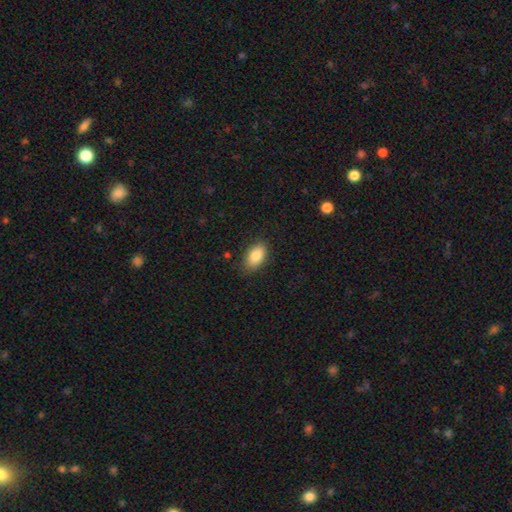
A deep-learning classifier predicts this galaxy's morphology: Smooth or featured?
  - smooth: 84% *
  - featured or disk: 9%
  - star or artifact: 7%
How rounded?
  - in between: 92% *
  - round: 6%
  - cigar-shaped: 2%
Merging?
  - none: 82% *
  - minor disturbance: 14%
  - major disturbance: 3%
  - merger: 1%